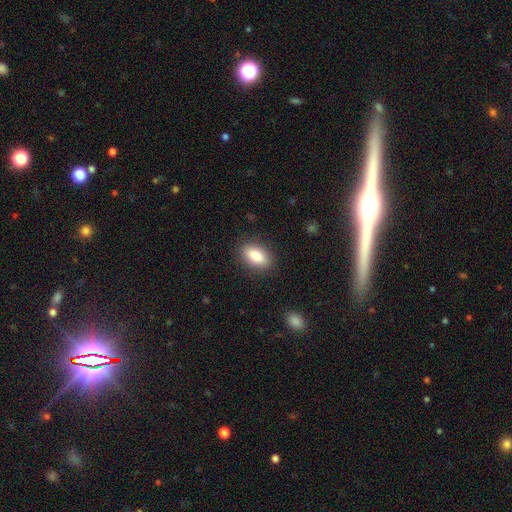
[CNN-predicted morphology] This is clearly a smooth galaxy (84%). How rounded: clearly in between (88%). Merging: clearly none (88%).